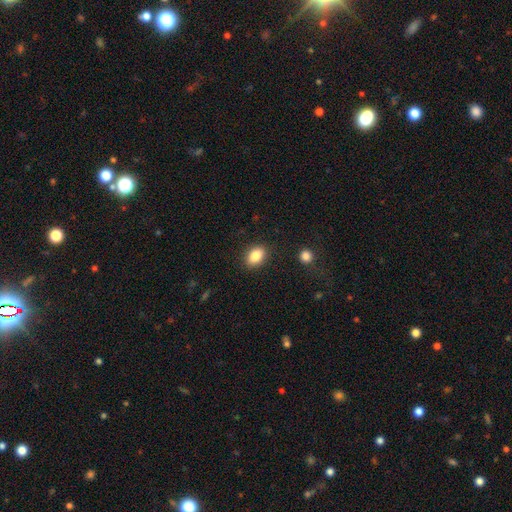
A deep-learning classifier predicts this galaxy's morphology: smooth-or-featured: smooth: 85% | star or artifact: 9% | featured or disk: 6%
  how-rounded: in between: 78% | round: 21% | cigar-shaped: 1%
  merging: none: 87% | minor disturbance: 9% | major disturbance: 3% | merger: 2%